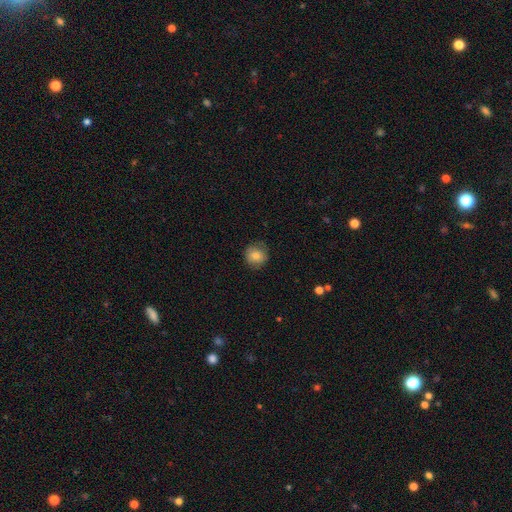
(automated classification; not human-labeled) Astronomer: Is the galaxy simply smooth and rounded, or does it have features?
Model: smooth — 77%.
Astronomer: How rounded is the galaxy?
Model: round — 89%.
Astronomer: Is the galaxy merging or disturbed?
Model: none — 80%.